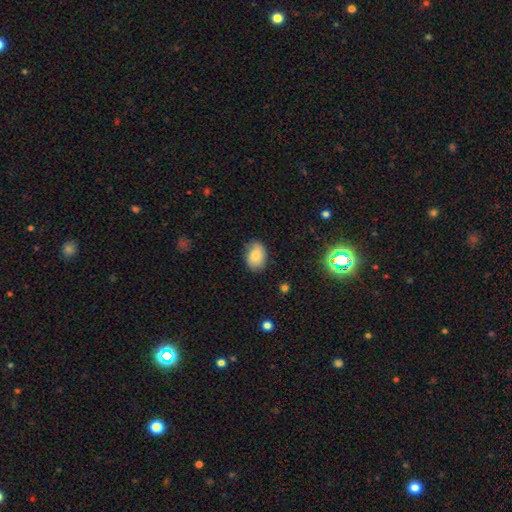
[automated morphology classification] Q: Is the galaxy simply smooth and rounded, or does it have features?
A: smooth — 77%.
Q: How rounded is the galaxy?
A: in between — 77%.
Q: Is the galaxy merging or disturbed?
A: none — 70%.